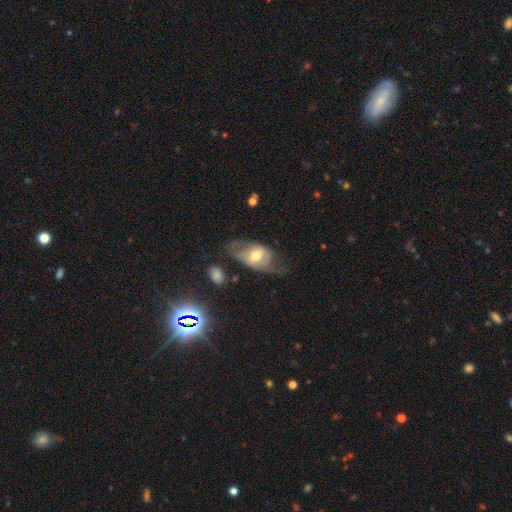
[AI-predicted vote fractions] A featured or disk galaxy (61%) with no bar (47%), spiral arms (68%) and a moderate central bulge (68%).

Vote fractions:
- Smooth or featured? featured or disk: 61% / smooth: 31% / star or artifact: 8%
- Edge-on disk? no: 90% / yes: 10%
- Bar? no: 47% / weak: 38% / strong: 16%
- Spiral arms? yes: 68% / no: 32%
- Bulge size? moderate: 68% / small: 21% / large: 8% / none: 1% / dominant: 1%
- Merging? none: 43% / major disturbance: 29% / minor disturbance: 25% / merger: 4%